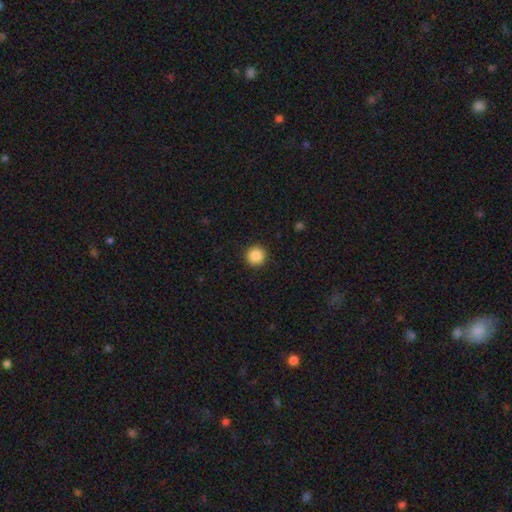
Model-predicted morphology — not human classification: smooth-or-featured: smooth: 88% | star or artifact: 9% | featured or disk: 3%
  how-rounded: round: 95% | in between: 4% | cigar-shaped: 1%
  merging: none: 92% | minor disturbance: 5% | major disturbance: 2% | merger: 1%